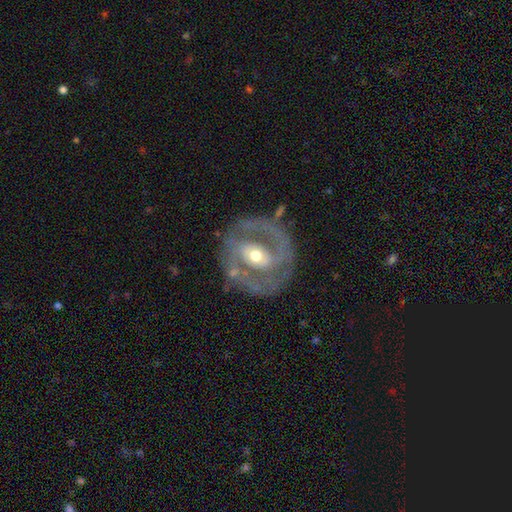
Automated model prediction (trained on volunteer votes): featured or disk 84%, smooth 11%, star or artifact 6%. Down the decision tree: edge-on disk — no (96%); bar — strong (38%); spiral arms — yes (77%); spiral arm count — 2 (71%); spiral winding — tight (49%); bulge size — moderate (56%); merging — none (75%).